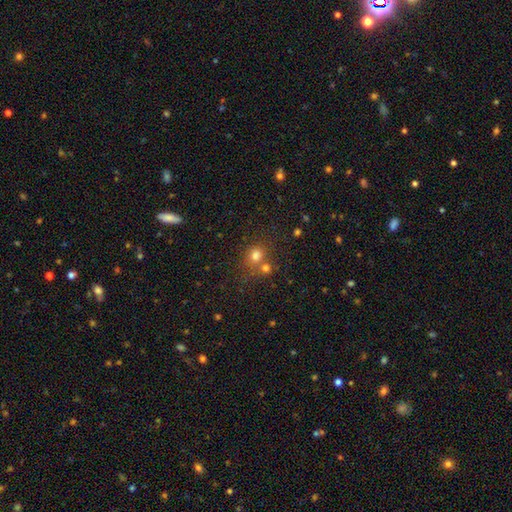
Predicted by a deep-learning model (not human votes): Overall: smooth (73%). How rounded: round (80%). Merging: none (55%; merger 32%).